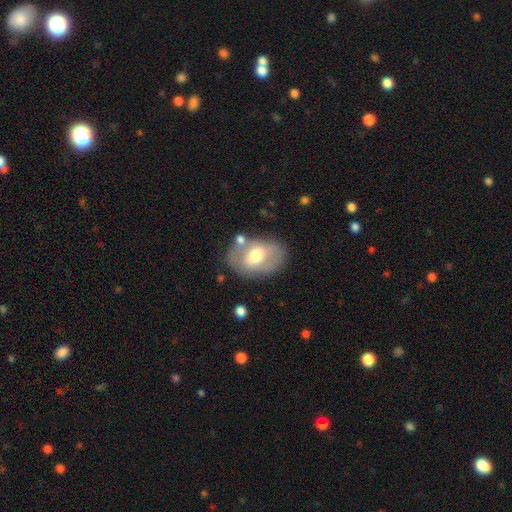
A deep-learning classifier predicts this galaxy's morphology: The model was most divided on "smooth or featured": smooth: 49%, featured or disk: 44%, star or artifact: 7%. More confident: merging — none (64%).